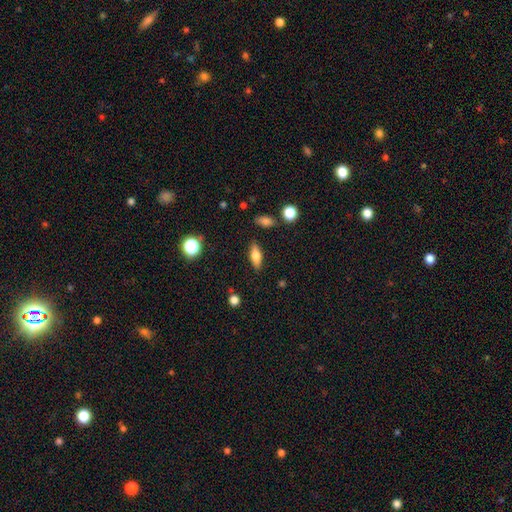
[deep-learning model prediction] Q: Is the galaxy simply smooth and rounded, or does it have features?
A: smooth — 69%.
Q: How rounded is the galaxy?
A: in between — 71%.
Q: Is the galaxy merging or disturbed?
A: none — 85%.